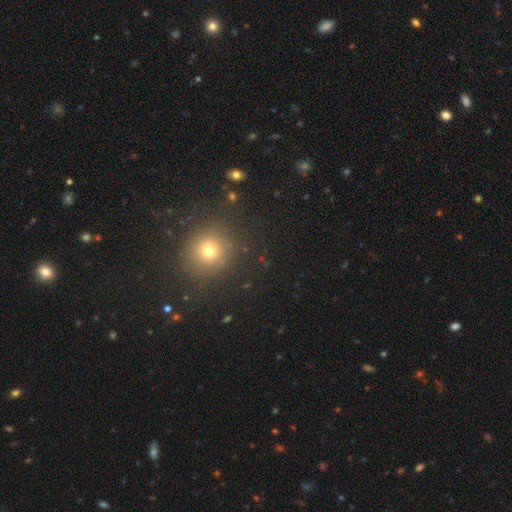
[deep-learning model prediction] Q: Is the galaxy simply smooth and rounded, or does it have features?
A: smooth — 59%.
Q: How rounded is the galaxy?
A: round — 91%.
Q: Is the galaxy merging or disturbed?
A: none — 89%.